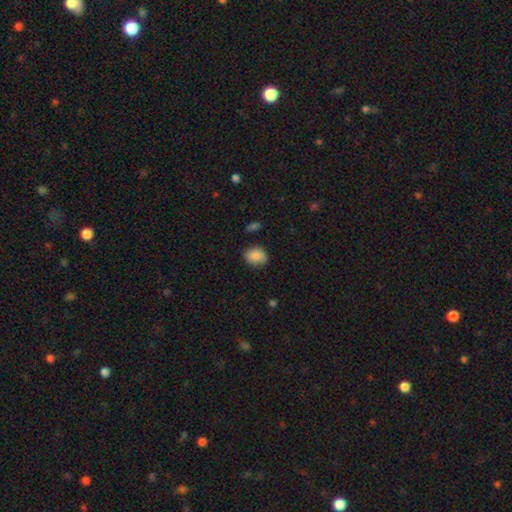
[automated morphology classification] Q: Smooth or featured?
A: smooth (84%); runner-up: star or artifact (8%)
Q: How rounded?
A: in between (53%); runner-up: round (46%)
Q: Merging?
A: none (76%); runner-up: minor disturbance (19%)